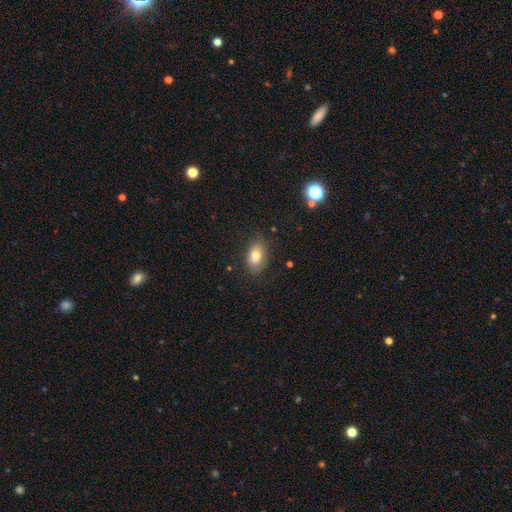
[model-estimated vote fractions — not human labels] Smooth or featured? smooth (77%)
How rounded? in between (86%)
Merging? none (79%)